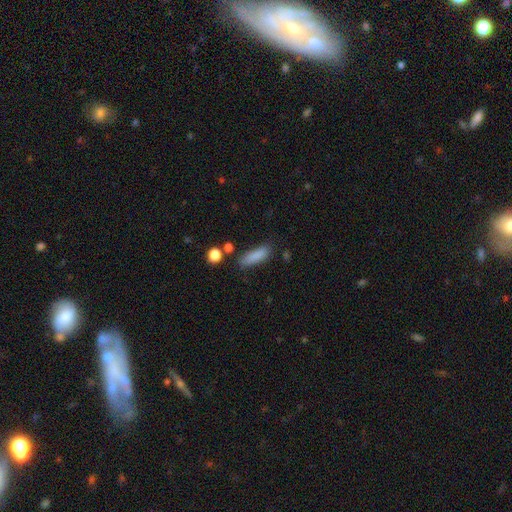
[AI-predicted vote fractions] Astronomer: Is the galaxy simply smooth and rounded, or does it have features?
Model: smooth — 85%.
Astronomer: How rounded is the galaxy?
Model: in between — 49%, tied with cigar-shaped at 49%.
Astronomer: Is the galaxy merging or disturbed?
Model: none — 74%.